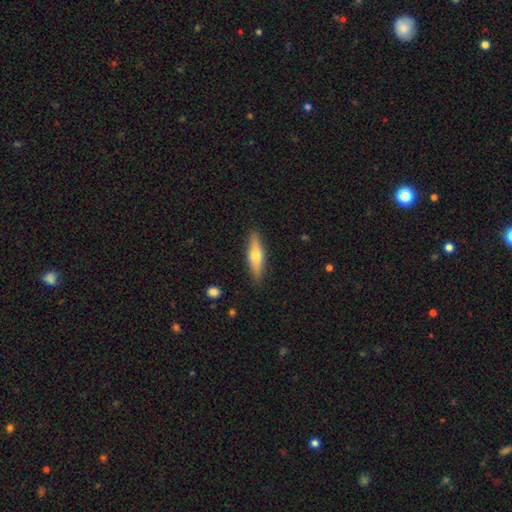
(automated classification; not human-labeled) Smooth or featured: smooth — 53% (featured or disk — 41%)
How rounded: cigar-shaped — 70% (in between — 28%)
Merging: none — 88% (minor disturbance — 9%)